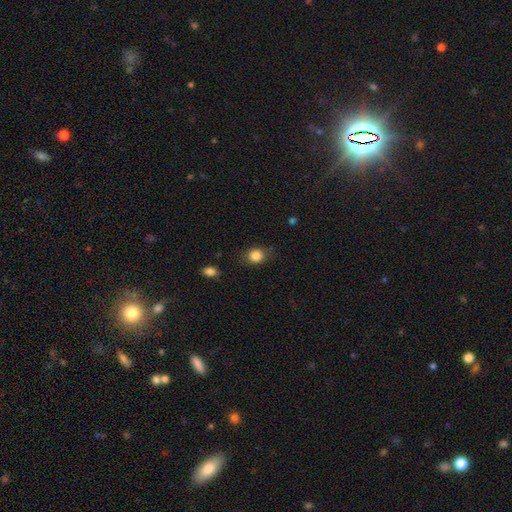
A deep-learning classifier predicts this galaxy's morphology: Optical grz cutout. It shows a smooth galaxy with no disk features (84%) that is round (61%). Merging: none (75%).